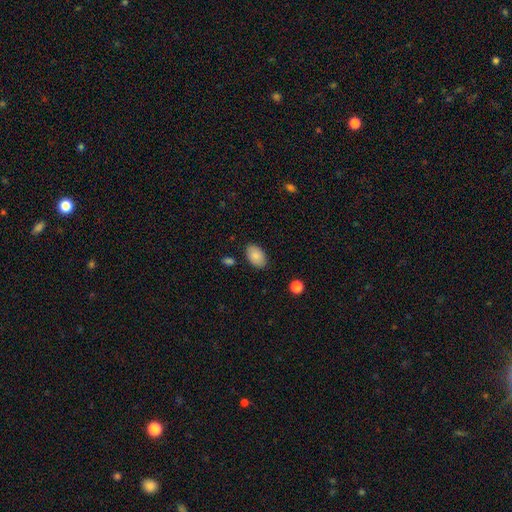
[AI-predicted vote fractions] Smooth or featured? smooth (86%)
How rounded? in between (92%)
Merging? none (85%)